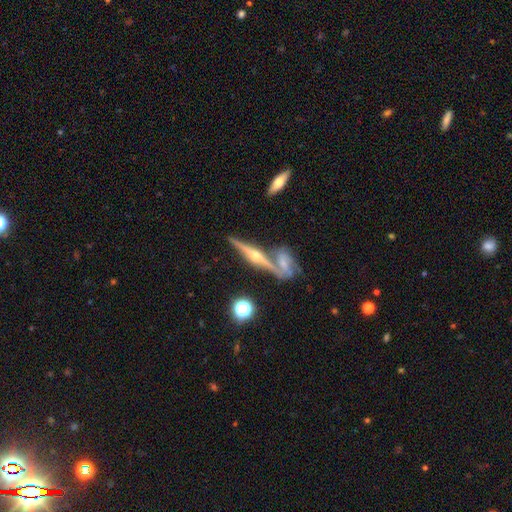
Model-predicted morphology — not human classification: The model was most divided on "merging": none: 65%, merger: 21%, minor disturbance: 10%, major disturbance: 3%. More confident: edge-on disk — yes (96%); edge-on bulge — rounded (94%); smooth or featured — featured or disk (83%).